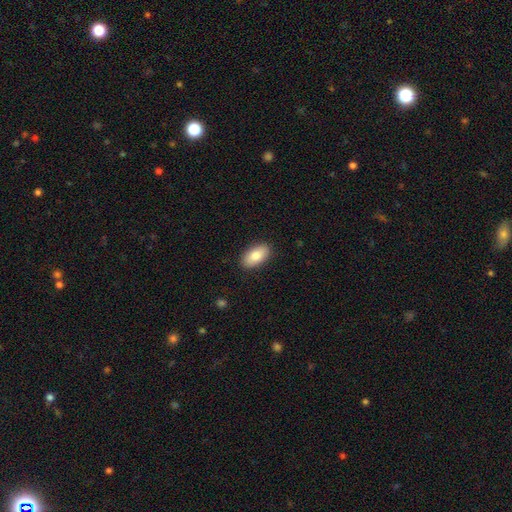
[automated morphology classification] type=smooth (81%); roundness=in between (93%); merging=none (89%).